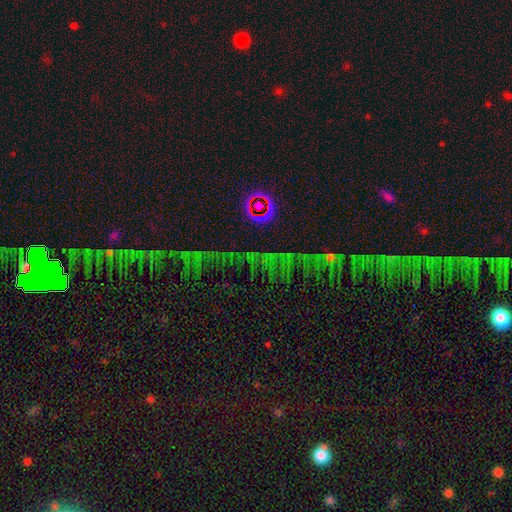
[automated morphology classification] Smooth or featured? star or artifact (77%)